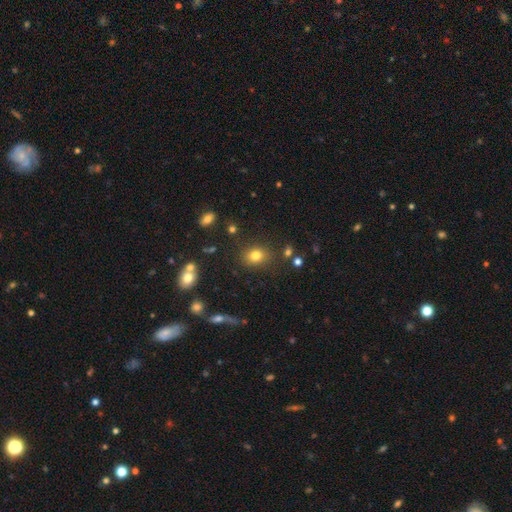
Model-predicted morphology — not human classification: smooth_or_featured: smooth (p=0.78) [alt: star or artifact p=0.14]
how_rounded: round (p=0.56) [alt: in between p=0.42]
merging: none (p=0.84) [alt: minor disturbance p=0.10]